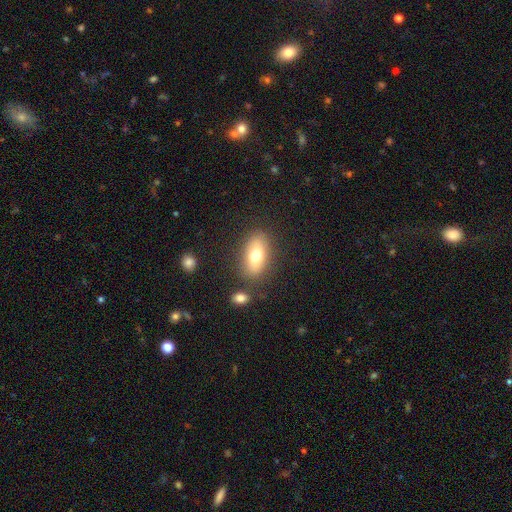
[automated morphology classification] Smooth or featured? smooth (71%)
How rounded? in between (86%)
Merging? none (79%)